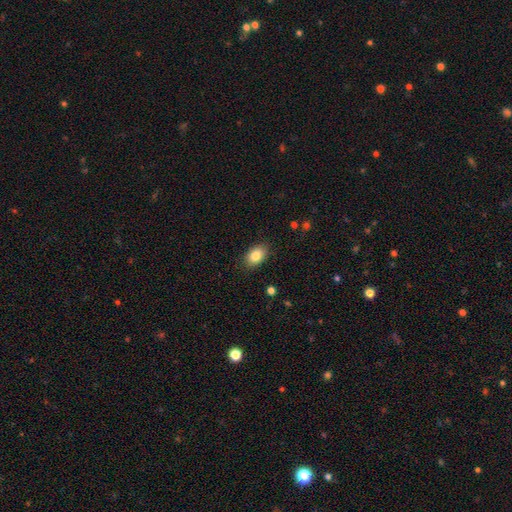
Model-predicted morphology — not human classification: type=smooth (84%); roundness=in between (85%); merging=none (86%).